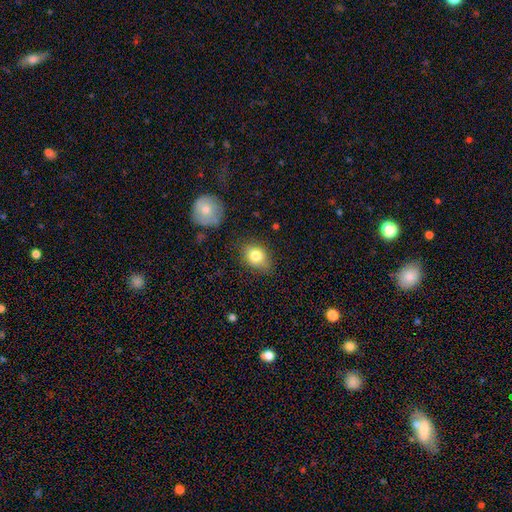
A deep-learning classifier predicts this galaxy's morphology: Smooth or featured: smooth — 80% (featured or disk — 11%)
How rounded: in between — 66% (round — 33%)
Merging: none — 69% (minor disturbance — 23%)